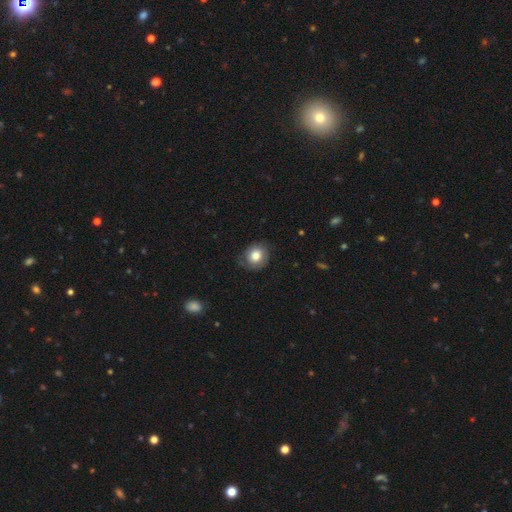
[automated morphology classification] Overall: smooth (80%). How rounded: round (79%). Merging: none (73%).